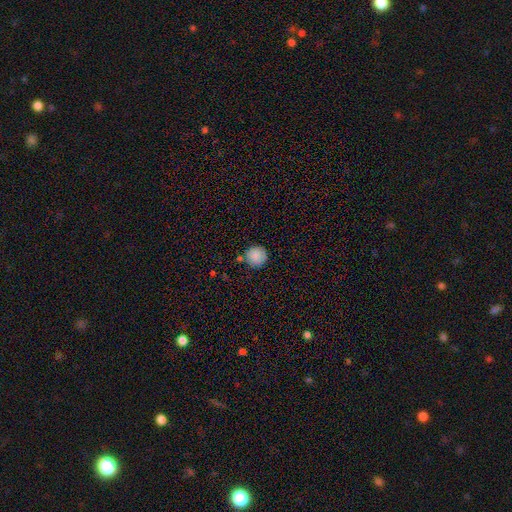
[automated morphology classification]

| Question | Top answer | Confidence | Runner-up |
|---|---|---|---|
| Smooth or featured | smooth | 87% | star or artifact (8%) |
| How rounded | round | 95% | in between (4%) |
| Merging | none | 81% | minor disturbance (11%) |